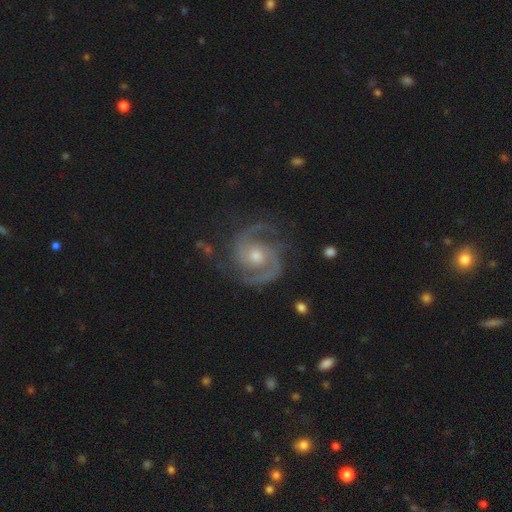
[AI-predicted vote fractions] Smooth or featured? Predicted: featured or disk (p=0.92). Edge-on disk? Predicted: no (p=0.98). Bar? Predicted: no (p=0.66). Spiral arms? Predicted: yes (p=0.98). Spiral winding? Predicted: medium (p=0.52). Spiral arm count? Predicted: 2 (p=0.85). Bulge size? Predicted: moderate (p=0.65). Merging? Predicted: none (p=0.78).